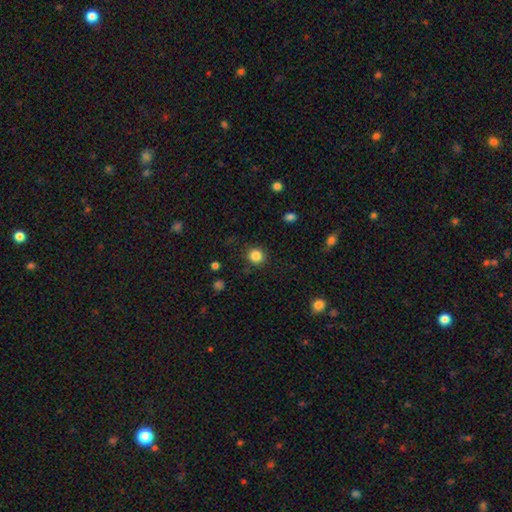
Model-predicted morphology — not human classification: The model was most divided on "smooth or featured": smooth: 85%, star or artifact: 11%, featured or disk: 4%. More confident: how rounded — round (89%); merging — none (88%).